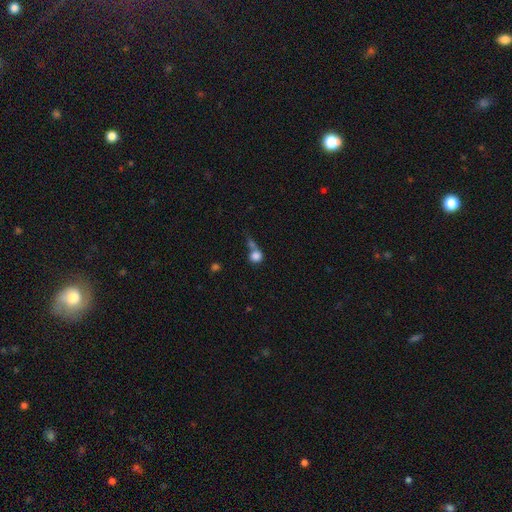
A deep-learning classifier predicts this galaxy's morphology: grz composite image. It shows a smooth galaxy with no disk features (82%) that is round (78%). Merging: merger (45%).